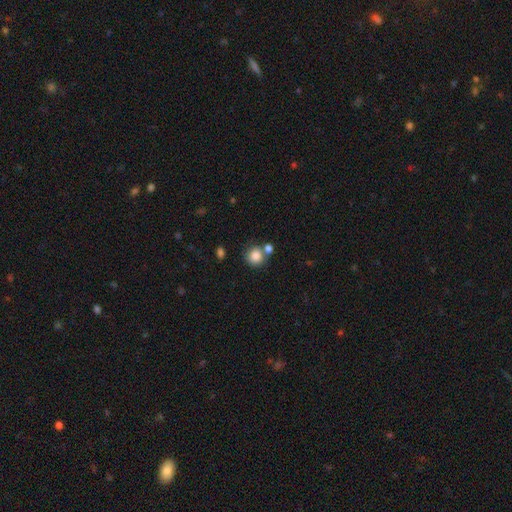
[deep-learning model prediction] The model was most divided on "merging": none: 59%, merger: 26%, minor disturbance: 11%, major disturbance: 4%. More confident: how rounded — round (86%); smooth or featured — smooth (84%).